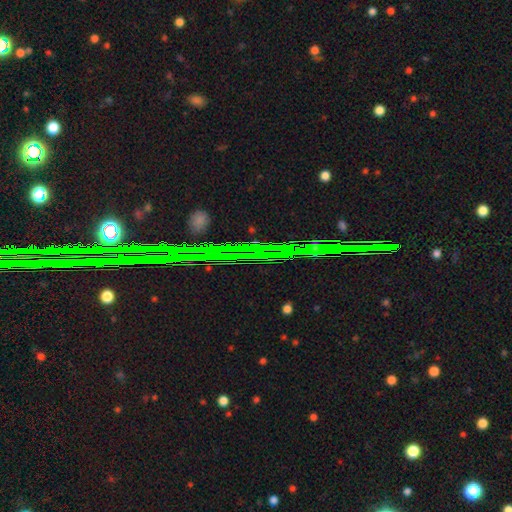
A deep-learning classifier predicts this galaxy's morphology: Overall: star or artifact (79%).